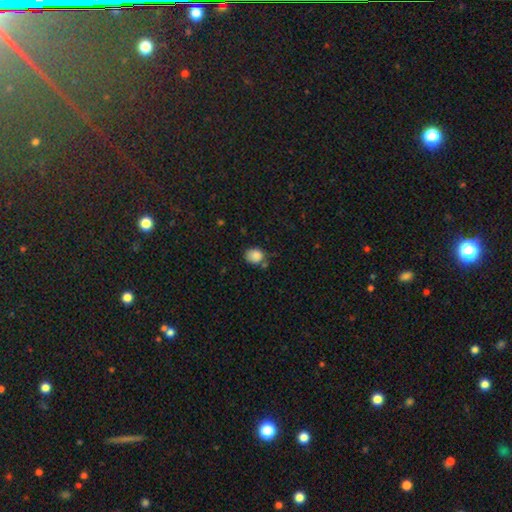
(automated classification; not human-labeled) This appears to be a smooth galaxy with no disk features (86%) that is round (61%). Merging: none (61%).